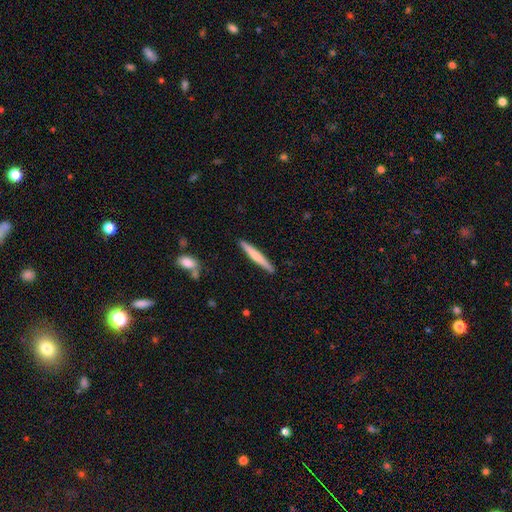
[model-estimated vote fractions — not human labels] Morphology: type=smooth (60%); roundness=cigar-shaped (96%); merging=none (89%).